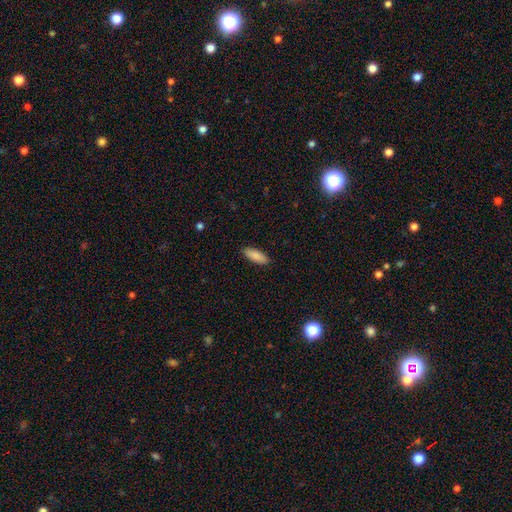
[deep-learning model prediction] Overall: smooth (88%). How rounded: in between (64%; cigar-shaped 34%). Merging: none (90%).